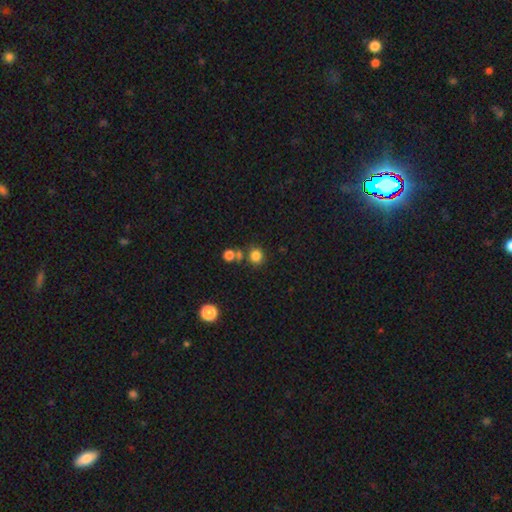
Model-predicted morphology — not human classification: Q: Smooth or featured?
A: smooth (80%); runner-up: star or artifact (14%)
Q: How rounded?
A: round (86%); runner-up: in between (13%)
Q: Merging?
A: none (70%); runner-up: merger (17%)